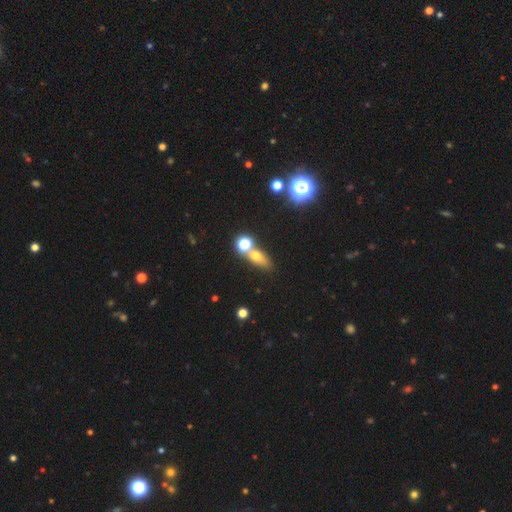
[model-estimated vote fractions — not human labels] Morphology: type=smooth (60%); roundness=in between (53%); merging=none (49%).